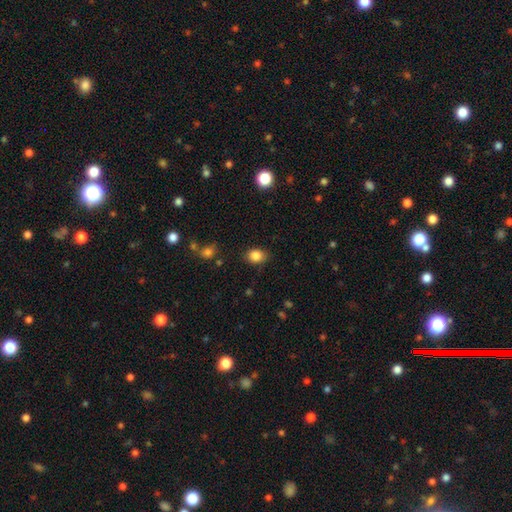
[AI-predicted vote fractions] smooth 85%, star or artifact 9%, featured or disk 6%. Down the decision tree: how rounded — in between (60%); merging — none (83%).